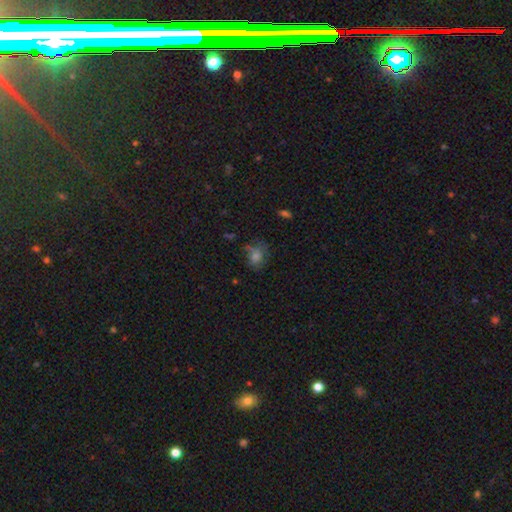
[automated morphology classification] type=smooth (58%); roundness=round (50%); merging=none (54%).